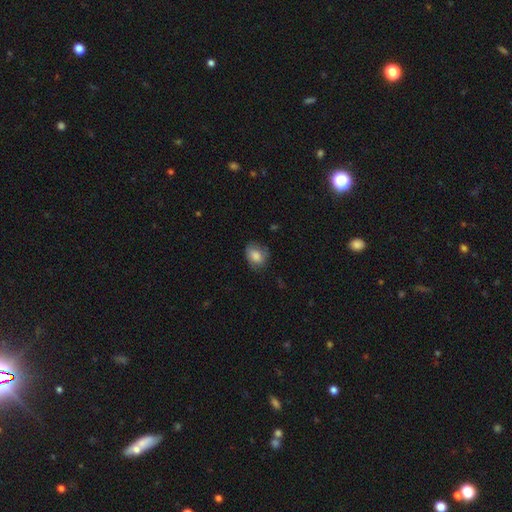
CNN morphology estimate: This is likely a smooth galaxy (79%). How rounded: likely in between (62%). Merging: likely none (64%).